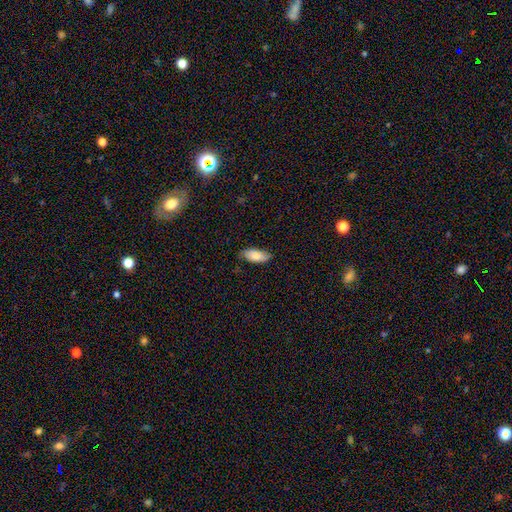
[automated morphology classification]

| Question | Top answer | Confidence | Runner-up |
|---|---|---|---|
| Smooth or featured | smooth | 75% | featured or disk (18%) |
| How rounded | in between | 87% | cigar-shaped (11%) |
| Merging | none | 76% | minor disturbance (19%) |